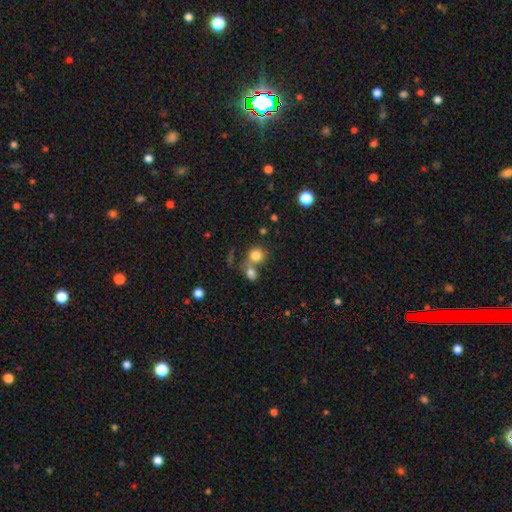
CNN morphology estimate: smooth-or-featured: smooth: 80% | star or artifact: 11% | featured or disk: 9%
  how-rounded: round: 82% | in between: 17% | cigar-shaped: 1%
  merging: none: 45% | merger: 41% | minor disturbance: 9% | major disturbance: 5%